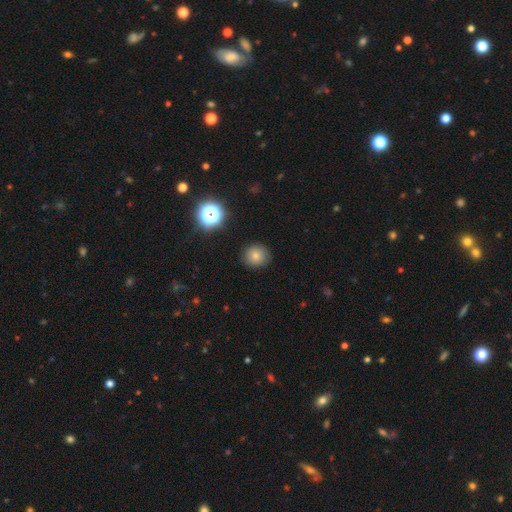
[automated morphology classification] Smooth or featured?
  - smooth: 79% *
  - star or artifact: 14%
  - featured or disk: 7%
How rounded?
  - round: 88% *
  - in between: 11%
  - cigar-shaped: 1%
Merging?
  - none: 88% *
  - minor disturbance: 8%
  - major disturbance: 2%
  - merger: 1%